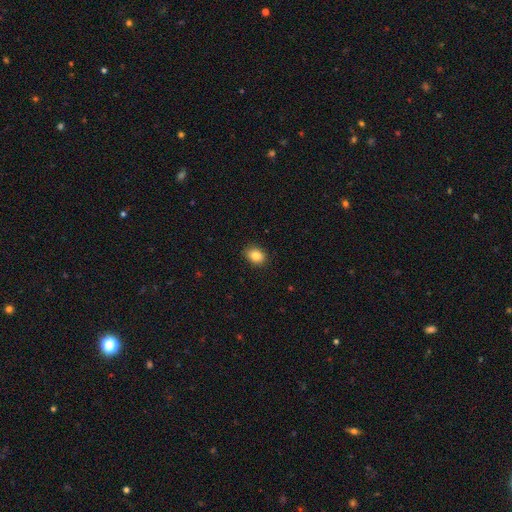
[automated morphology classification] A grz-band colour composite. It shows a smooth galaxy with no disk features (84%) that is in between round and cigar-shaped (62%). Merging: none (87%).